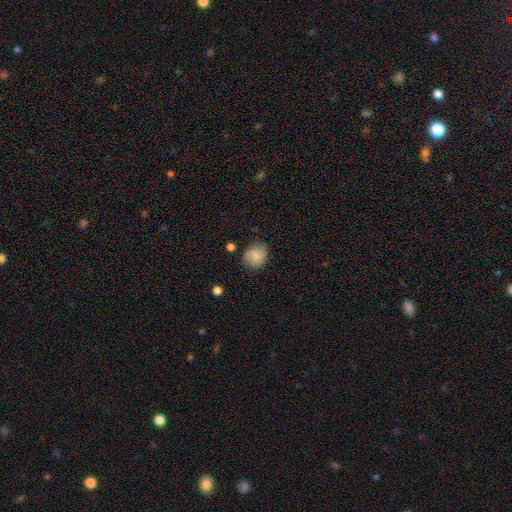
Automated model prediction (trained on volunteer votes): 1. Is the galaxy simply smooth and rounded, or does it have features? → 80% smooth, 12% featured or disk, 8% star or artifact.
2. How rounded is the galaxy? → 66% round, 33% in between, 1% cigar-shaped.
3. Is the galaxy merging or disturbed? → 74% none, 19% minor disturbance, 4% major disturbance, 2% merger.